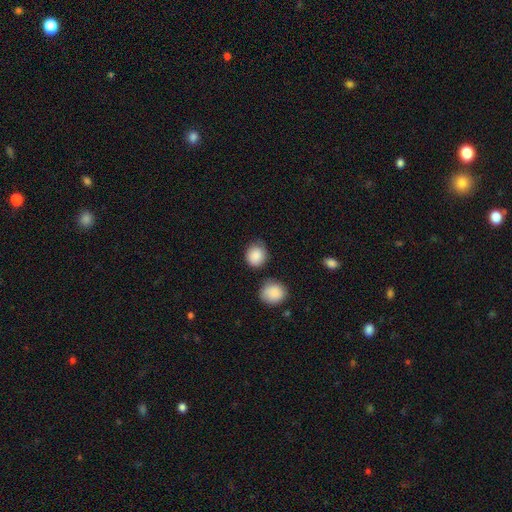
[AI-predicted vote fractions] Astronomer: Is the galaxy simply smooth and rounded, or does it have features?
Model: smooth — 87%.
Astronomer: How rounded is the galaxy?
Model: round — 78%.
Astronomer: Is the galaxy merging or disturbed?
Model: none — 69%.